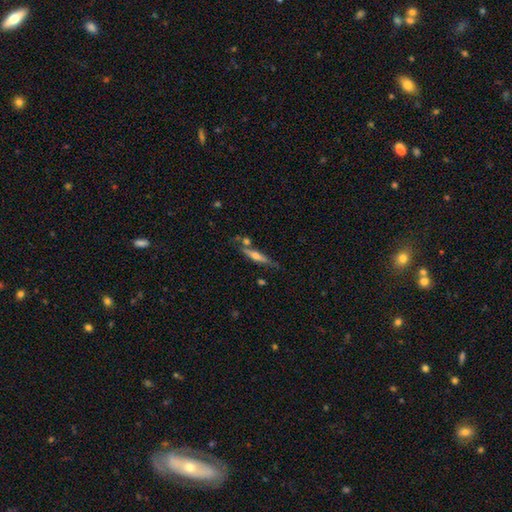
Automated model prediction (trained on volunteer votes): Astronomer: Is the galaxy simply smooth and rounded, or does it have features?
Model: featured or disk — 61%.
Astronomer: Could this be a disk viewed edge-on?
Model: yes — 94%.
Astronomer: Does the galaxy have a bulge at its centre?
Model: rounded — 88%.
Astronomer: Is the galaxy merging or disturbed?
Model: none — 68%.